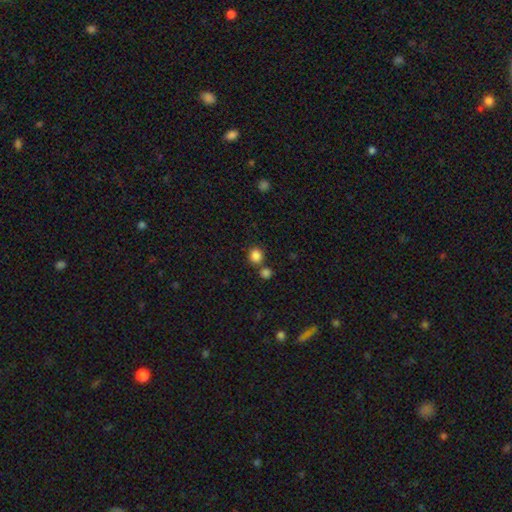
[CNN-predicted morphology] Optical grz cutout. It shows a smooth galaxy with no disk features (84%) that is round (83%). Merging: none (70%).